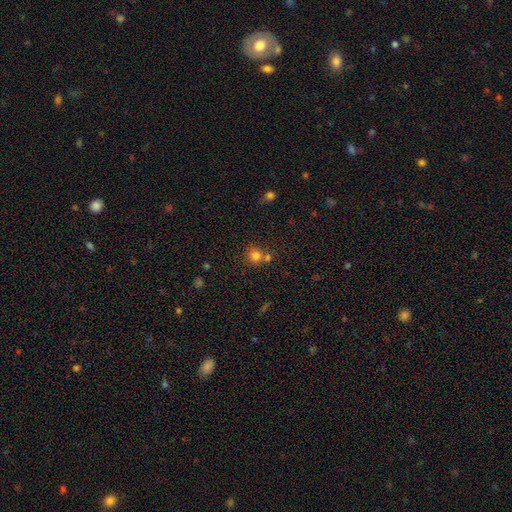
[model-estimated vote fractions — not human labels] smooth 78%, star or artifact 15%, featured or disk 7%. Down the decision tree: how rounded — round (89%); merging — none (60%).